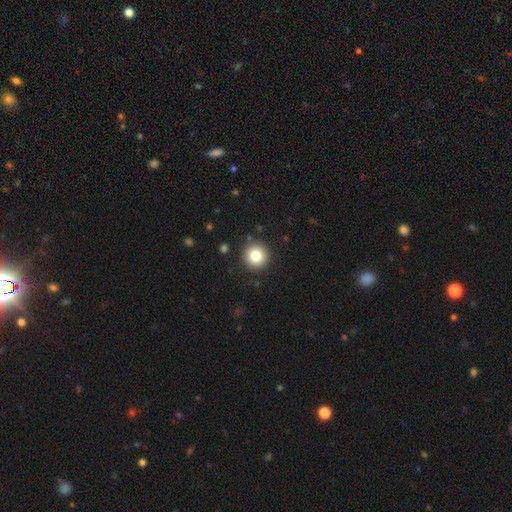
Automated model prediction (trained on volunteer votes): Smooth or featured? smooth (82%)
How rounded? round (95%)
Merging? none (91%)